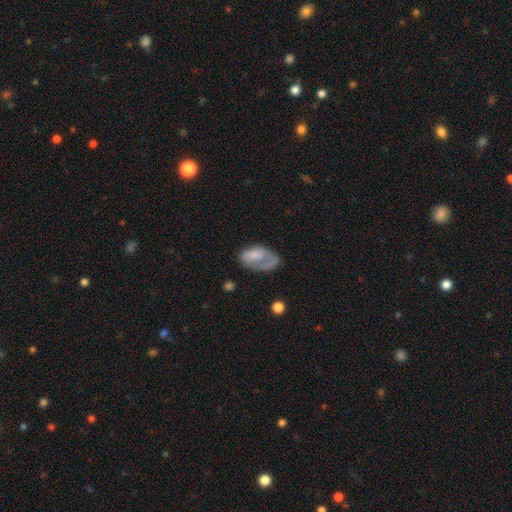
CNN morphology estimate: The model was most divided on "merging": none: 39%, major disturbance: 31%, minor disturbance: 27%, merger: 3%. More confident: how rounded — in between (91%); smooth or featured — smooth (51%).